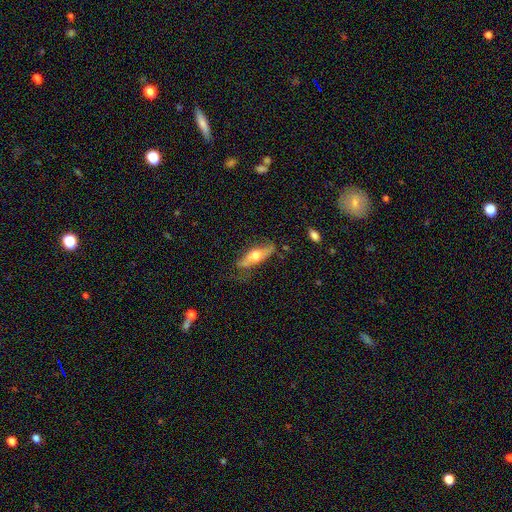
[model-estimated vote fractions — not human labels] Smooth or featured? Predicted: featured or disk (p=0.50). Merging? Predicted: none (p=0.55).